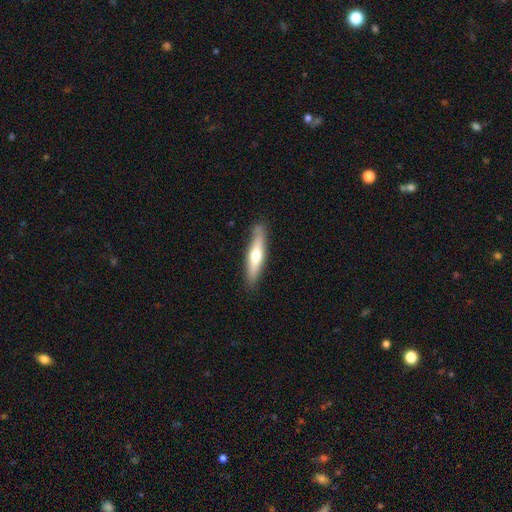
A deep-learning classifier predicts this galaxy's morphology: type=smooth (49%); merging=none (84%).